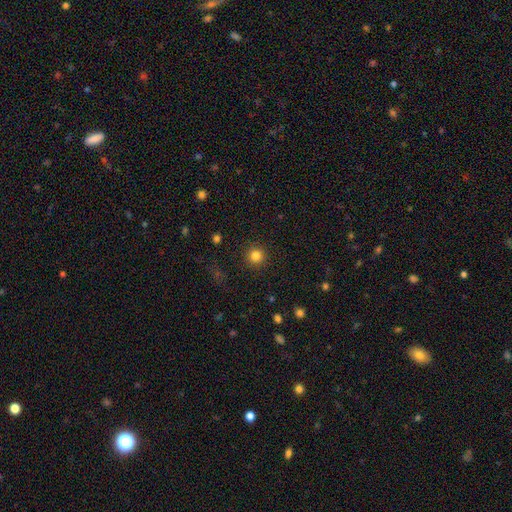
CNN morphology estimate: This is clearly a smooth galaxy (83%). How rounded: clearly round (95%). Merging: clearly none (91%).